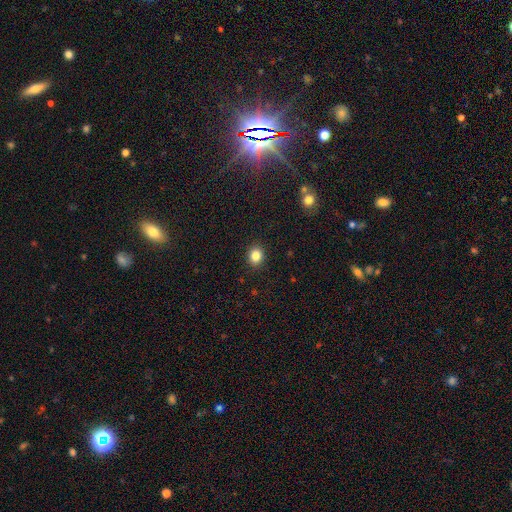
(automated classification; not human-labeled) Morphology: type=smooth (84%); roundness=round (64%); merging=none (91%).